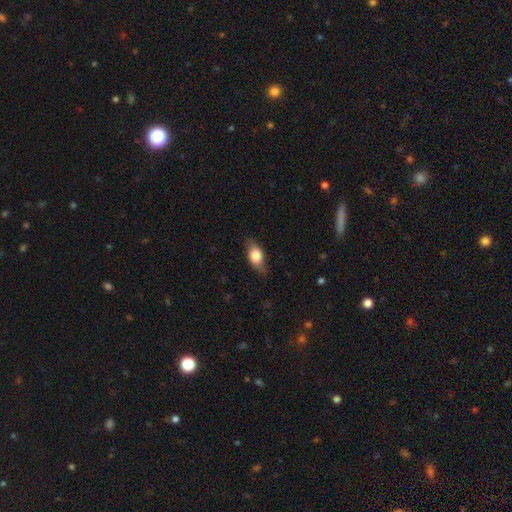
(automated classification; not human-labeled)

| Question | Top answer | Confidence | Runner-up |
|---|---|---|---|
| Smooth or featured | smooth | 73% | featured or disk (20%) |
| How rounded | in between | 80% | round (11%) |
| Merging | none | 77% | minor disturbance (18%) |